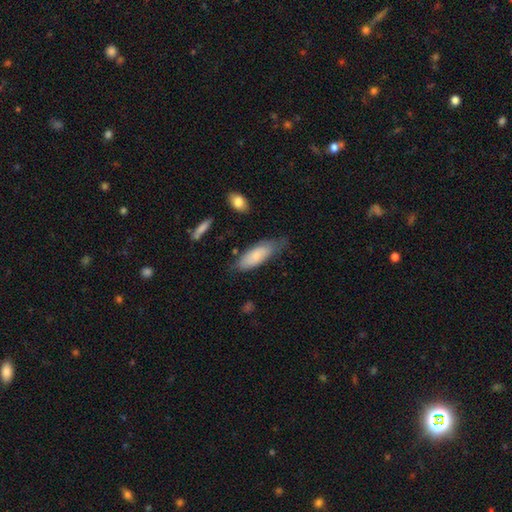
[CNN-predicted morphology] Q: Smooth or featured?
A: smooth (79%); runner-up: featured or disk (16%)
Q: How rounded?
A: in between (65%); runner-up: cigar-shaped (34%)
Q: Merging?
A: none (57%); runner-up: minor disturbance (32%)